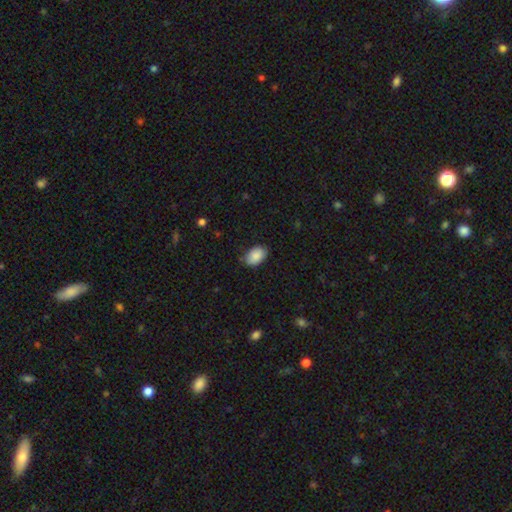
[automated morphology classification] This is clearly a smooth galaxy (89%). How rounded: clearly in between (88%). Merging: likely none (78%).